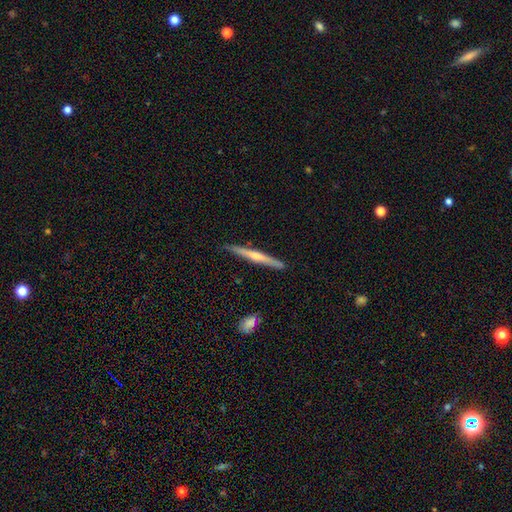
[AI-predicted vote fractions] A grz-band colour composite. It shows a featured or disk galaxy (72%) viewed edge-on (98%) with a rounded central bulge (79%). Merging: none (90%).